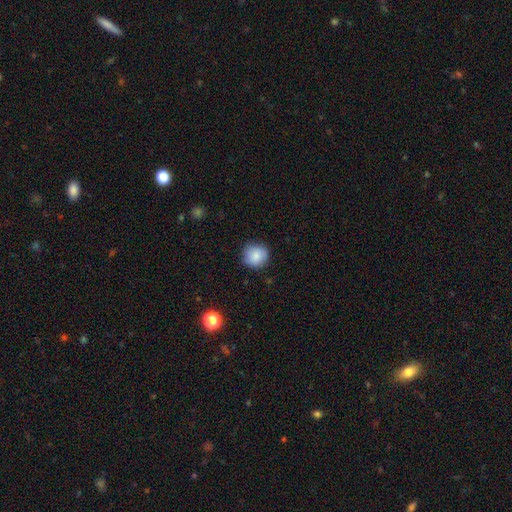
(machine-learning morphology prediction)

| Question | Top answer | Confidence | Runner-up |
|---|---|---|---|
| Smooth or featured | smooth | 86% | star or artifact (8%) |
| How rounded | round | 92% | in between (7%) |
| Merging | none | 87% | minor disturbance (10%) |